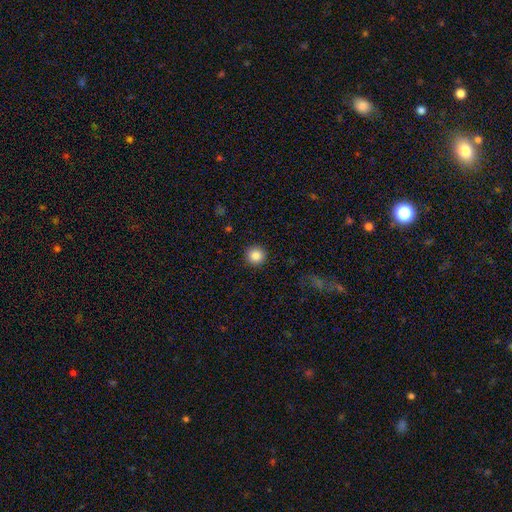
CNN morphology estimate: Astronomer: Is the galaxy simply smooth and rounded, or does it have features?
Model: smooth — 86%.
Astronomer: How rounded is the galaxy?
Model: round — 95%.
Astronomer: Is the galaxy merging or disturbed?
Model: none — 92%.